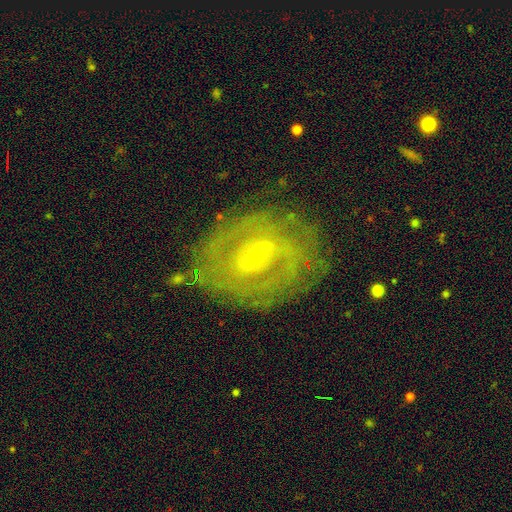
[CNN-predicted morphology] The model was most divided on "bar": strong: 42%, weak: 41%, no: 16%. Remaining: edge-on disk — no (94%); smooth or featured — featured or disk (83%); spiral arms — yes (80%); merging — none (74%); bulge size — small (68%); spiral winding — tight (58%); spiral arm count — 2 (47%).